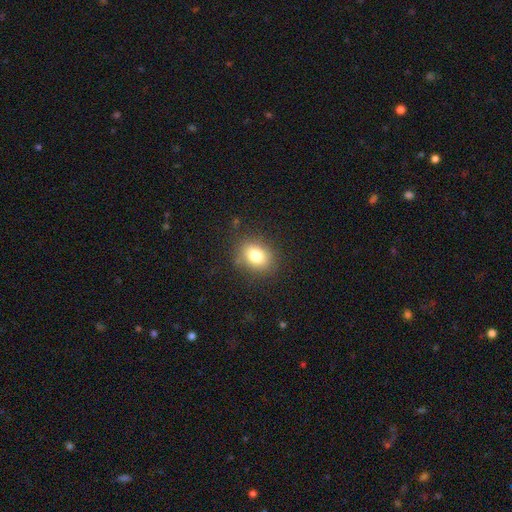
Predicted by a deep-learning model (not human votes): Q: Smooth or featured?
A: smooth (79%); runner-up: star or artifact (11%)
Q: How rounded?
A: in between (56%); runner-up: round (43%)
Q: Merging?
A: none (81%); runner-up: minor disturbance (13%)